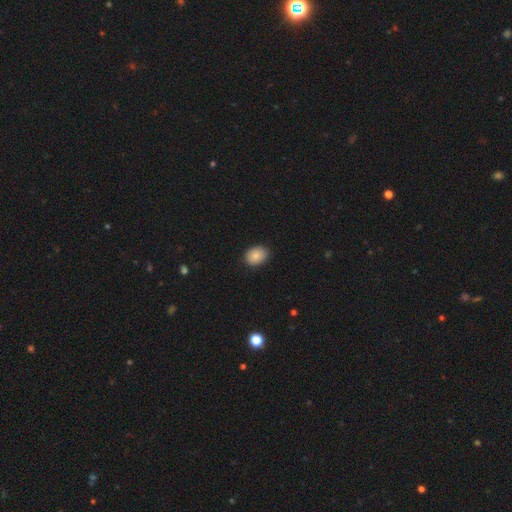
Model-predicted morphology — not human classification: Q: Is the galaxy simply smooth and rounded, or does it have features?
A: smooth — 86%.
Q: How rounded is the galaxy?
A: in between — 68%.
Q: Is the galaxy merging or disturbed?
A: none — 87%.